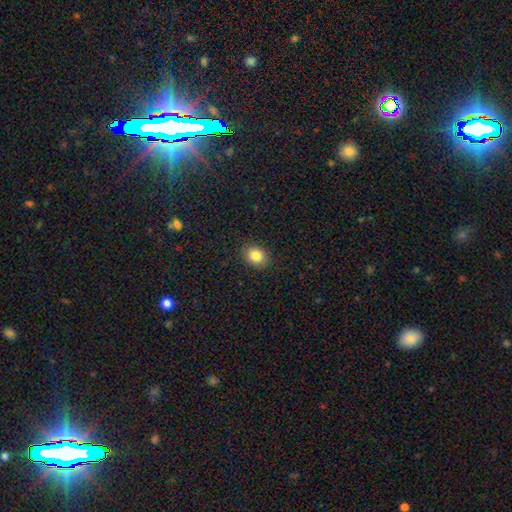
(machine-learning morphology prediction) Smooth or featured? smooth (85%)
How rounded? in between (54%)
Merging? none (89%)